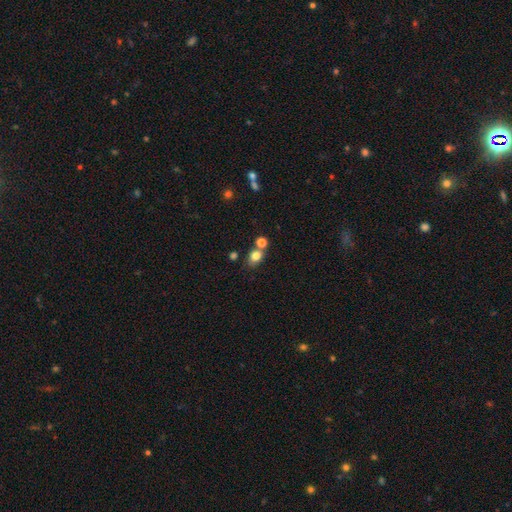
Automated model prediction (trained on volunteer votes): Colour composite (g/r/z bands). It shows a smooth galaxy with no disk features (80%) that is in between round and cigar-shaped (53%). Merging: none (59%).